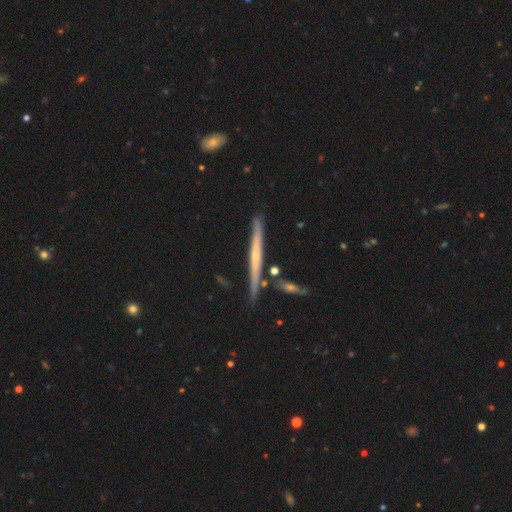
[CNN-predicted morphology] smooth_or_featured: featured or disk (p=0.63) [alt: smooth p=0.30]
disk_edge_on: yes (p=0.97) [alt: no p=0.03]
edge_on_bulge: none (p=0.62) [alt: rounded p=0.32]
merging: none (p=0.83) [alt: minor disturbance p=0.10]